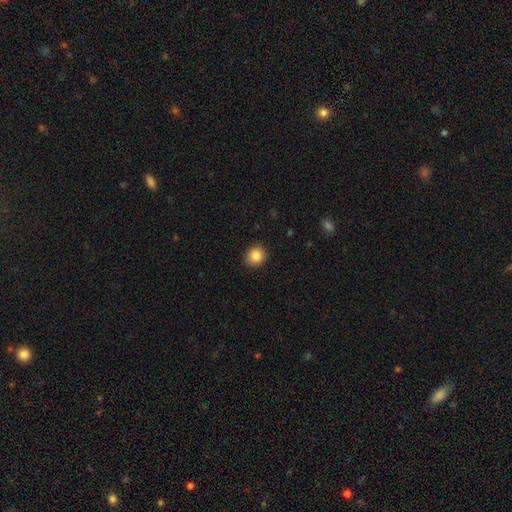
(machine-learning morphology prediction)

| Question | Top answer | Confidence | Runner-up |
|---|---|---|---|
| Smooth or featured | smooth | 85% | star or artifact (9%) |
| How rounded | round | 84% | in between (16%) |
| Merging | none | 90% | minor disturbance (7%) |